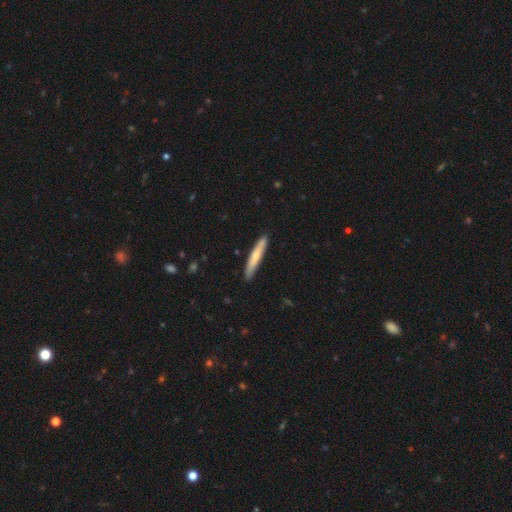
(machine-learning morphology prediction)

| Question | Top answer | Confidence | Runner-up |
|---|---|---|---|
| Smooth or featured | smooth | 64% | featured or disk (31%) |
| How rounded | cigar-shaped | 93% | in between (6%) |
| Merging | none | 87% | minor disturbance (10%) |